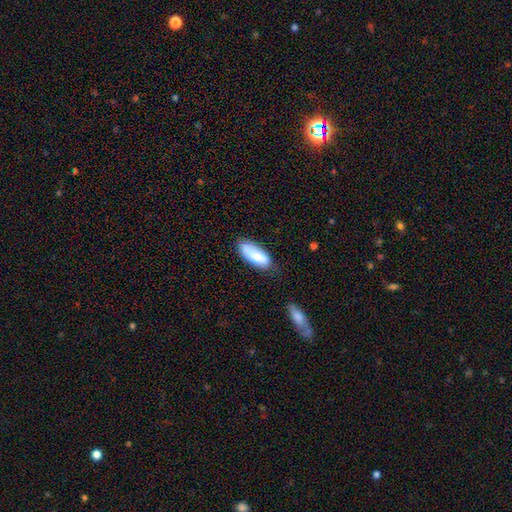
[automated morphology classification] Smooth or featured?
  - smooth: 81% *
  - featured or disk: 13%
  - star or artifact: 6%
How rounded?
  - in between: 78% *
  - cigar-shaped: 20%
  - round: 2%
Merging?
  - none: 69% *
  - minor disturbance: 23%
  - major disturbance: 5%
  - merger: 3%